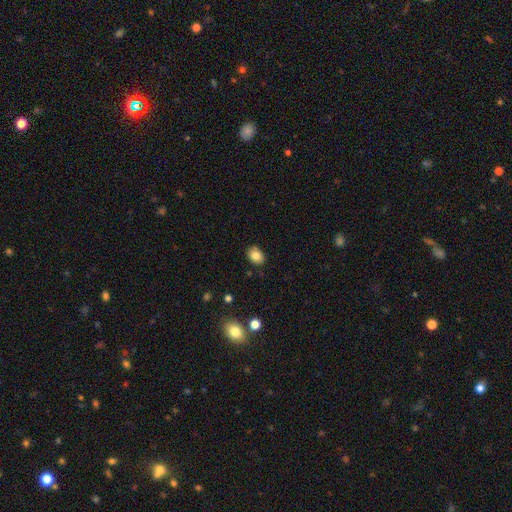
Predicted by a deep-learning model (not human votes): Smooth or featured? Predicted: smooth (p=0.81). How rounded? Predicted: in between (p=0.61). Merging? Predicted: none (p=0.86).